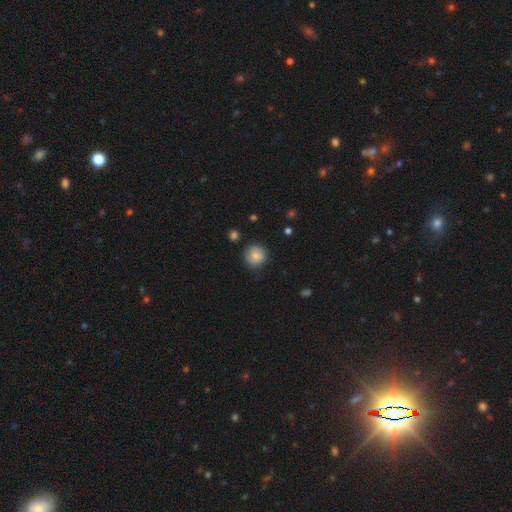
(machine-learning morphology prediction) A smooth galaxy with no disk features (80%) that is round (91%).

Vote fractions:
- Smooth or featured? smooth: 80% / featured or disk: 12% / star or artifact: 8%
- How rounded? round: 91% / in between: 8% / cigar-shaped: 1%
- Merging? none: 80% / minor disturbance: 15% / major disturbance: 3% / merger: 2%